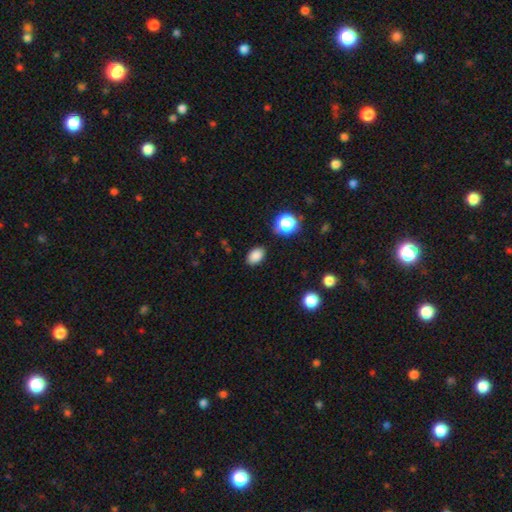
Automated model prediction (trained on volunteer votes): smooth-or-featured: smooth: 84% | star or artifact: 11% | featured or disk: 4%
  how-rounded: in between: 82% | round: 17% | cigar-shaped: 1%
  merging: none: 86% | minor disturbance: 10% | major disturbance: 3% | merger: 2%